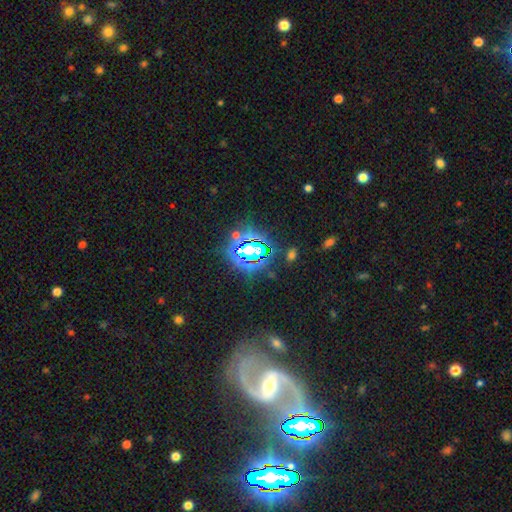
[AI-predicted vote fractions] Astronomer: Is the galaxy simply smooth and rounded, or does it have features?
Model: star or artifact — 53%.